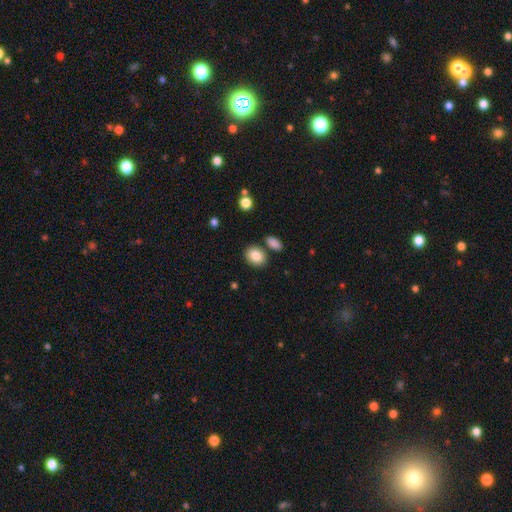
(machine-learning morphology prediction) smooth_or_featured: smooth (p=0.85) [alt: star or artifact p=0.08]
how_rounded: in between (p=0.58) [alt: round p=0.40]
merging: none (p=0.78) [alt: minor disturbance p=0.10]